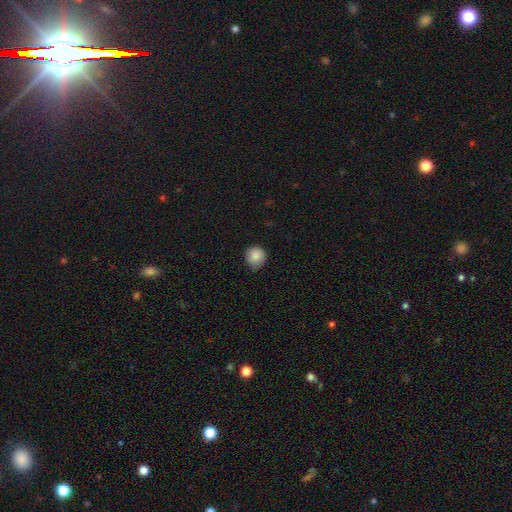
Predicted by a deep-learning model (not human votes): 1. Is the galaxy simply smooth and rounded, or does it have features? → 87% smooth, 9% star or artifact, 4% featured or disk.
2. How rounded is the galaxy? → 91% round, 9% in between, 1% cigar-shaped.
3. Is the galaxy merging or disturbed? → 79% none, 18% minor disturbance, 3% major disturbance, 1% merger.